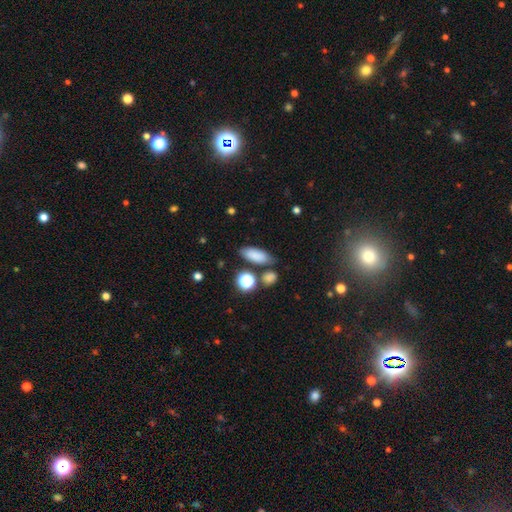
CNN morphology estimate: Overall: smooth (82%). How rounded: in between (77%). Merging: none (71%).